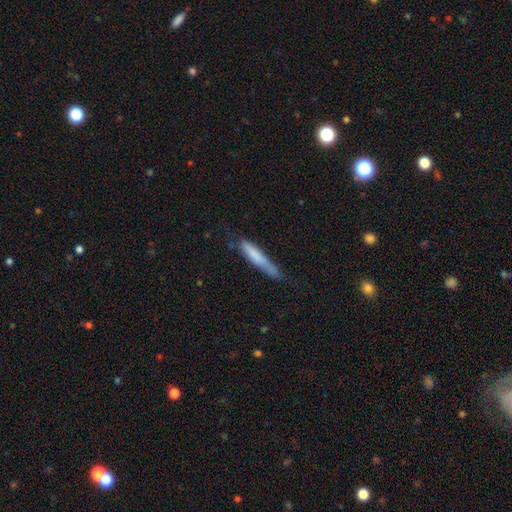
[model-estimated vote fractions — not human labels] A smooth galaxy with no disk features (71%) that is cigar-shaped (91%). Merging: none (56%).